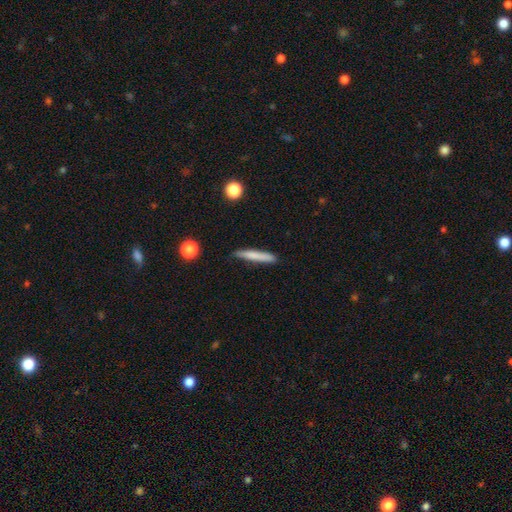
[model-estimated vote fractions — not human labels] Smooth or featured: smooth — 75% (featured or disk — 19%)
How rounded: cigar-shaped — 95% (in between — 4%)
Merging: none — 83% (minor disturbance — 13%)